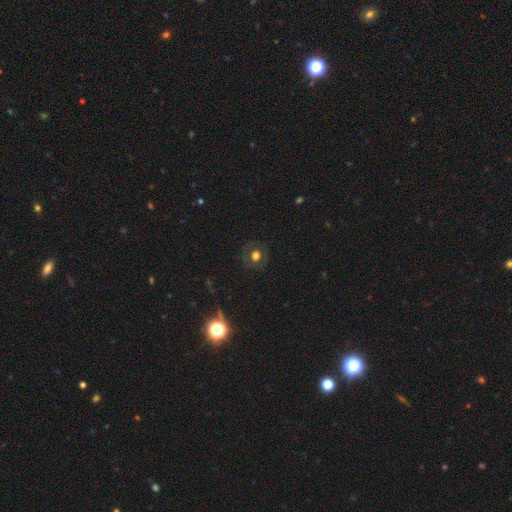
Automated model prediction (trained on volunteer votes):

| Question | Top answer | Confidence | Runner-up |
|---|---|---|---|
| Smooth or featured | smooth | 57% | featured or disk (27%) |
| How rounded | round | 82% | in between (17%) |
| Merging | none | 84% | minor disturbance (10%) |